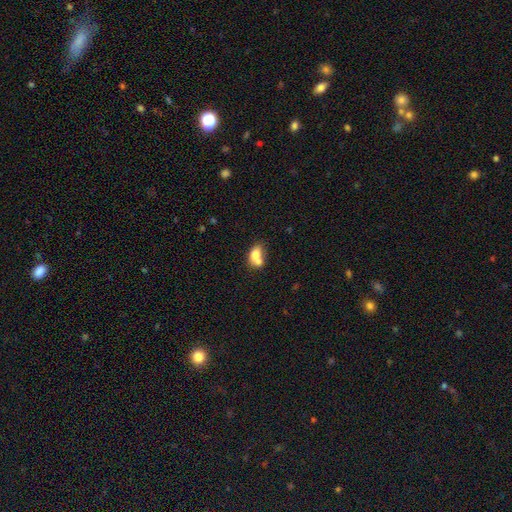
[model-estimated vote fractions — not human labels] This appears to be a smooth galaxy with no disk features (72%) that is in between round and cigar-shaped (75%). Merging: merger (62%).